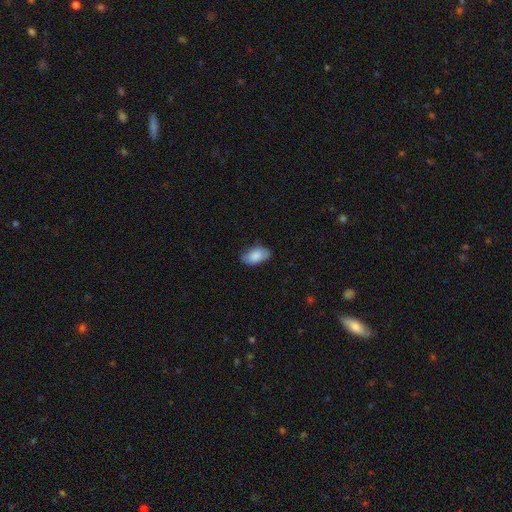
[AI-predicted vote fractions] The model was most divided on "merging": none: 75%, minor disturbance: 20%, major disturbance: 4%, merger: 1%. More confident: how rounded — in between (94%); smooth or featured — smooth (84%).